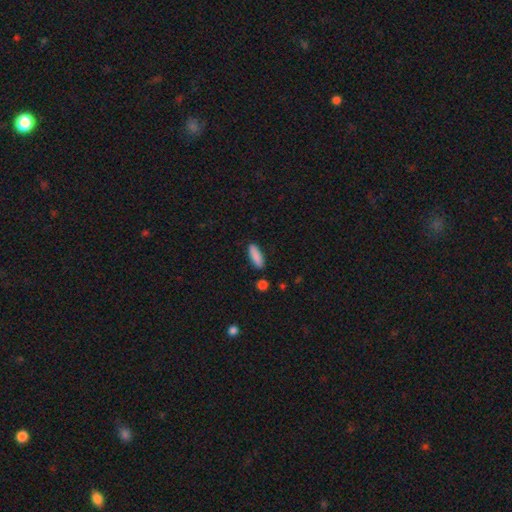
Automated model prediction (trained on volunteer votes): smooth_or_featured: smooth (p=0.88) [alt: star or artifact p=0.06]
how_rounded: cigar-shaped (p=0.51) [alt: in between p=0.47]
merging: none (p=0.88) [alt: minor disturbance p=0.08]